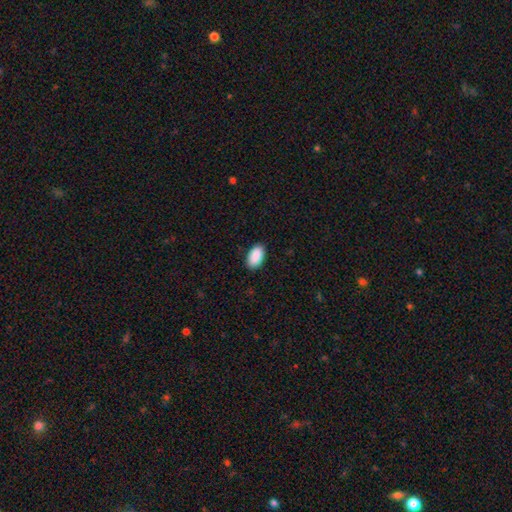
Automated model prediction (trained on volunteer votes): smooth_or_featured: smooth (p=0.91) [alt: star or artifact p=0.06]
how_rounded: in between (p=0.95) [alt: round p=0.03]
merging: none (p=0.89) [alt: minor disturbance p=0.09]